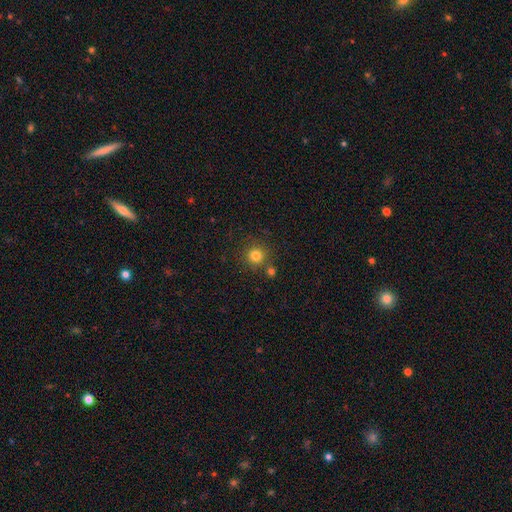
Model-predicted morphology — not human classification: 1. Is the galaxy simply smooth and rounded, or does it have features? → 80% smooth, 14% star or artifact, 6% featured or disk.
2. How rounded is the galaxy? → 93% round, 6% in between, 1% cigar-shaped.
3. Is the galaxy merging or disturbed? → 78% none, 11% merger, 8% minor disturbance, 3% major disturbance.